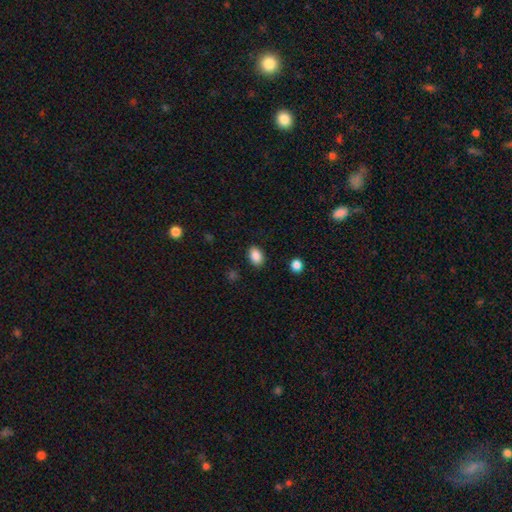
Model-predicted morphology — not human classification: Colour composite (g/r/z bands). It shows a smooth galaxy with no disk features (87%) that is in between round and cigar-shaped (82%). Merging: none (87%).